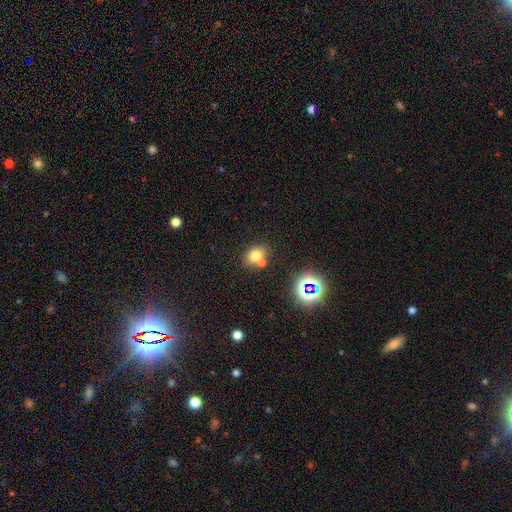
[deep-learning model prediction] Smooth or featured? smooth (72%)
How rounded? in between (60%)
Merging? none (53%)